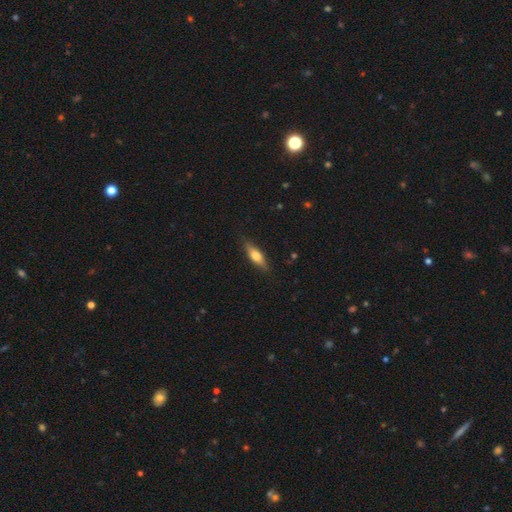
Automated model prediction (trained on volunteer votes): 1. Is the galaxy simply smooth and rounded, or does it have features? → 59% smooth, 35% featured or disk, 6% star or artifact.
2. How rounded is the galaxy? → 53% cigar-shaped, 44% in between, 3% round.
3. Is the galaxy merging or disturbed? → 83% none, 13% minor disturbance, 3% major disturbance, 1% merger.